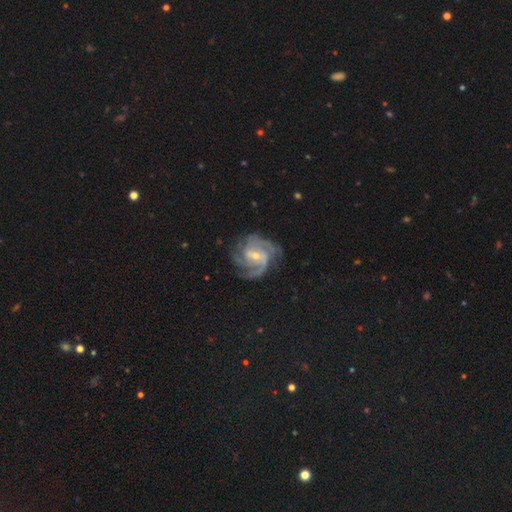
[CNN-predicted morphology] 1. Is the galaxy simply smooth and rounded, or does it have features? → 91% featured or disk, 5% star or artifact, 4% smooth.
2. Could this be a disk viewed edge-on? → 98% no, 2% yes.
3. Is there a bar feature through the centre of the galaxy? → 50% weak, 31% no, 19% strong.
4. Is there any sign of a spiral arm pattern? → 98% yes, 2% no.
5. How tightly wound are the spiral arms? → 49% medium, 42% tight, 9% loose.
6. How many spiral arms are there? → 46% 3, 18% 4, 15% 2, 10% can't tell, 5% more than 4, 5% 1.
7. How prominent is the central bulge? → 59% small, 38% moderate, 1% none, 1% large, 1% dominant.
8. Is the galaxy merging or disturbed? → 71% none, 18% minor disturbance, 10% major disturbance, 1% merger.